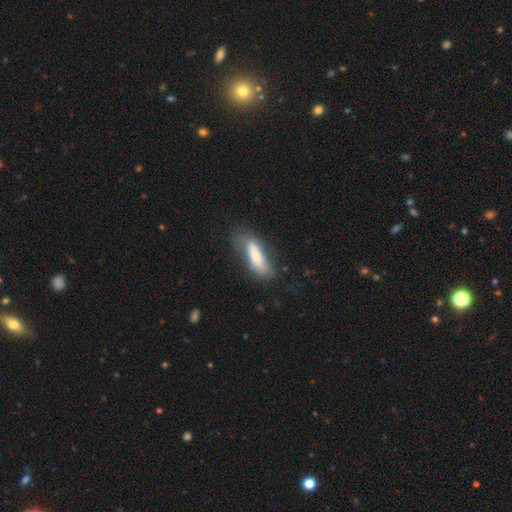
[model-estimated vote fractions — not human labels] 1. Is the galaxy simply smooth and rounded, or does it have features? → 70% smooth, 23% featured or disk, 7% star or artifact.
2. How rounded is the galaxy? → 51% cigar-shaped, 47% in between, 2% round.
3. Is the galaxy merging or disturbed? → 55% none, 26% minor disturbance, 15% major disturbance, 3% merger.